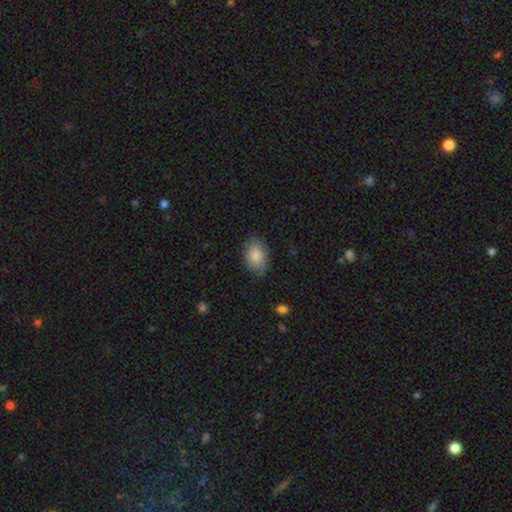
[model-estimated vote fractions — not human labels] Smooth or featured?
  - smooth: 85% *
  - featured or disk: 9%
  - star or artifact: 6%
How rounded?
  - in between: 88% *
  - round: 10%
  - cigar-shaped: 1%
Merging?
  - none: 80% *
  - minor disturbance: 15%
  - major disturbance: 3%
  - merger: 1%